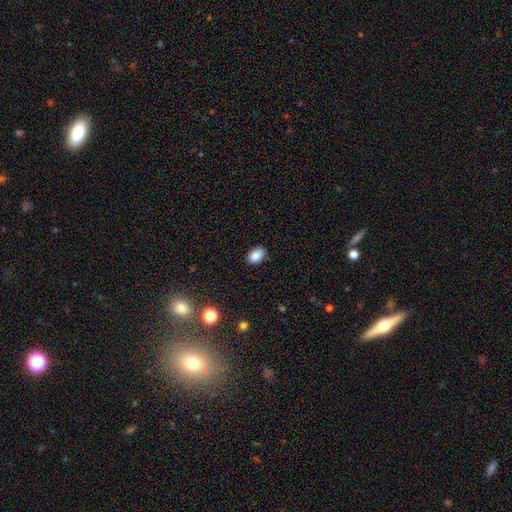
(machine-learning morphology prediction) Smooth or featured? Predicted: smooth (p=0.87). How rounded? Predicted: in between (p=0.84). Merging? Predicted: none (p=0.86).